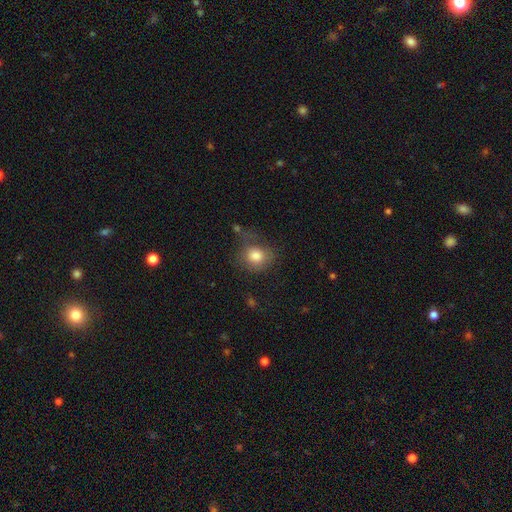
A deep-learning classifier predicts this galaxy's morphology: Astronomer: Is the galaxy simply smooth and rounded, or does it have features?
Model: smooth — 81%.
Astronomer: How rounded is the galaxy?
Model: round — 74%.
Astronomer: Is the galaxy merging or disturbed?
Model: none — 57%.